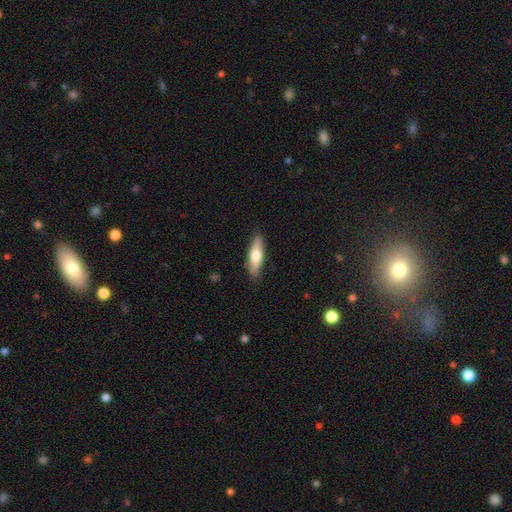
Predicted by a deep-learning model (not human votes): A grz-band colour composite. It shows a smooth galaxy with no disk features (63%) that is cigar-shaped (62%). Merging: none (89%).